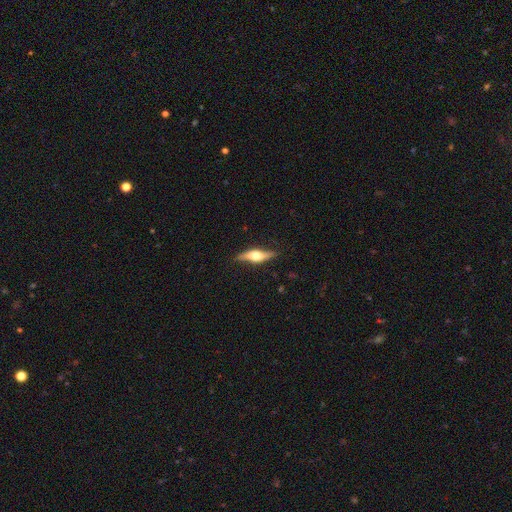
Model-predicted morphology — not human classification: The model was most divided on "smooth or featured": featured or disk: 64%, smooth: 31%, star or artifact: 5%. More confident: edge-on bulge — rounded (94%); edge-on disk — yes (89%); merging — none (81%).